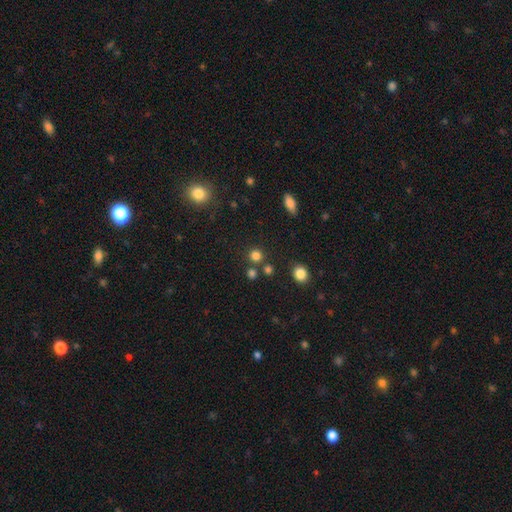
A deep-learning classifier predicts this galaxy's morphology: Overall: smooth (79%). How rounded: round (89%). Merging: none (76%).